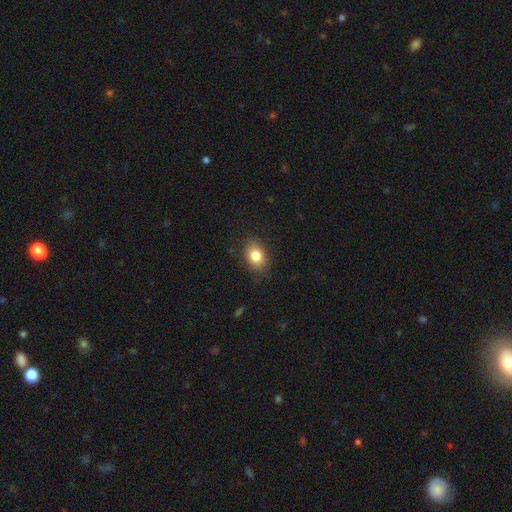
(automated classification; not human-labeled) smooth-or-featured: smooth: 82% | star or artifact: 9% | featured or disk: 9%
  how-rounded: in between: 73% | round: 26% | cigar-shaped: 1%
  merging: none: 84% | minor disturbance: 12% | major disturbance: 3% | merger: 1%